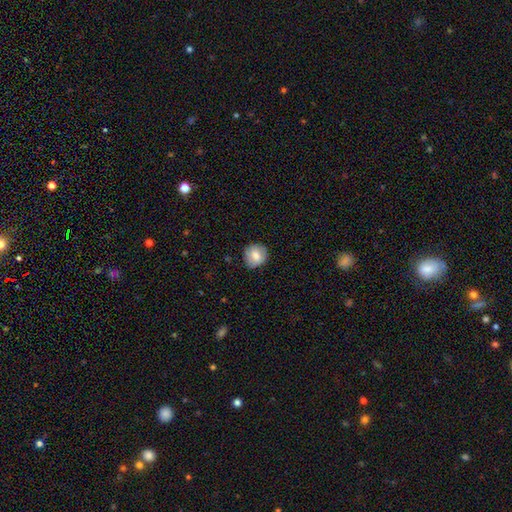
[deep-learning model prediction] smooth_or_featured: smooth (p=0.75) [alt: featured or disk p=0.17]
how_rounded: round (p=0.86) [alt: in between p=0.13]
merging: none (p=0.81) [alt: minor disturbance p=0.15]